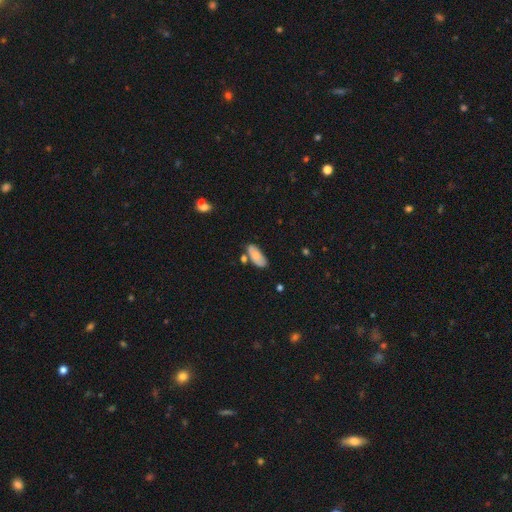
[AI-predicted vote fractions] Overall: smooth (72%). How rounded: in between (87%). Merging: none (60%; minor disturbance 23%).